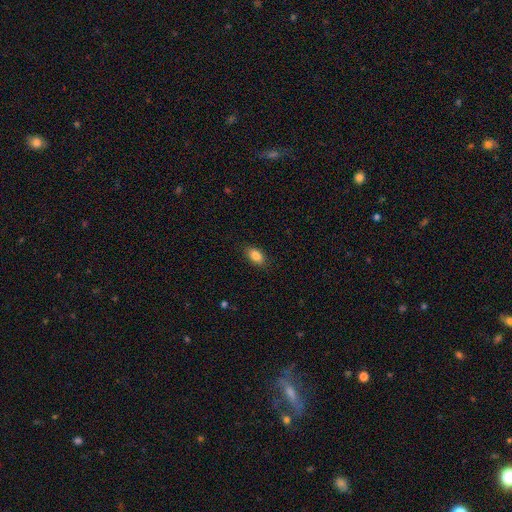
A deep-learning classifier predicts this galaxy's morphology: smooth-or-featured: smooth: 85% | star or artifact: 8% | featured or disk: 7%
  how-rounded: in between: 89% | round: 8% | cigar-shaped: 3%
  merging: none: 86% | minor disturbance: 10% | major disturbance: 2% | merger: 1%